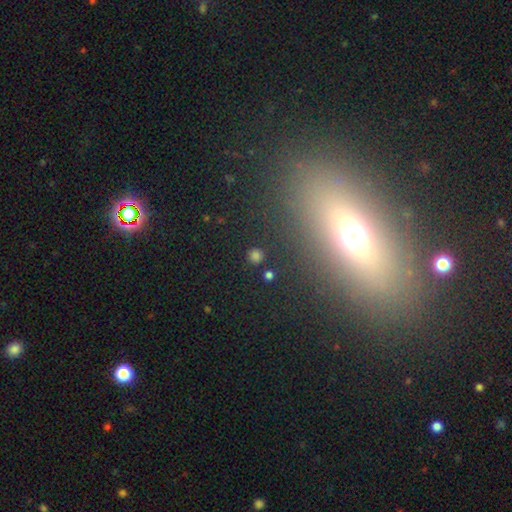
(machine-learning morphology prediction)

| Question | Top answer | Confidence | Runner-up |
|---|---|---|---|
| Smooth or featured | smooth | 75% | star or artifact (21%) |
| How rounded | round | 94% | in between (5%) |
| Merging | none | 88% | minor disturbance (6%) |